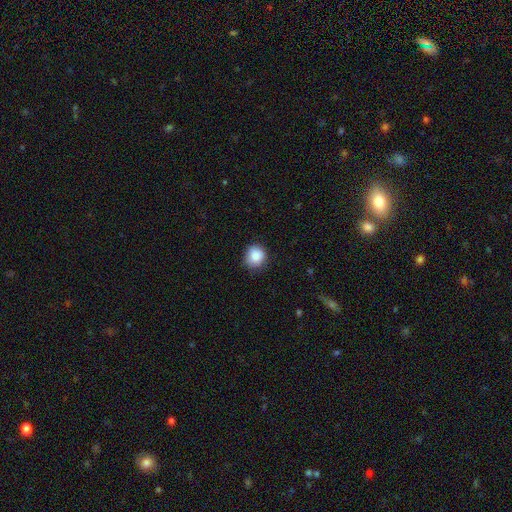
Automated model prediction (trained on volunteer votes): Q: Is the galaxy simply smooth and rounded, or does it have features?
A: smooth — 87%.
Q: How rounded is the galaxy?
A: round — 88%.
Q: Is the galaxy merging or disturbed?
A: none — 81%.